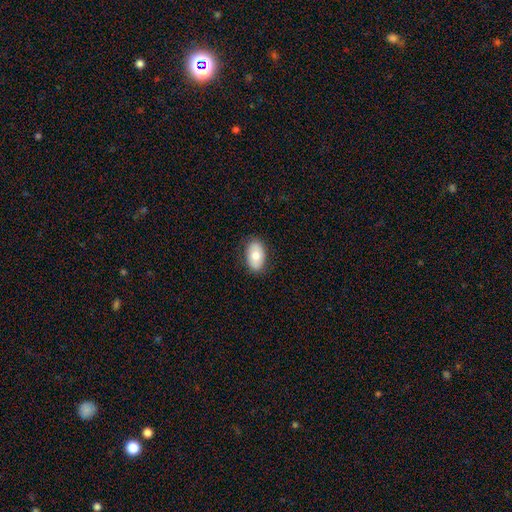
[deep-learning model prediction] Smooth or featured? smooth (78%)
How rounded? in between (92%)
Merging? none (84%)